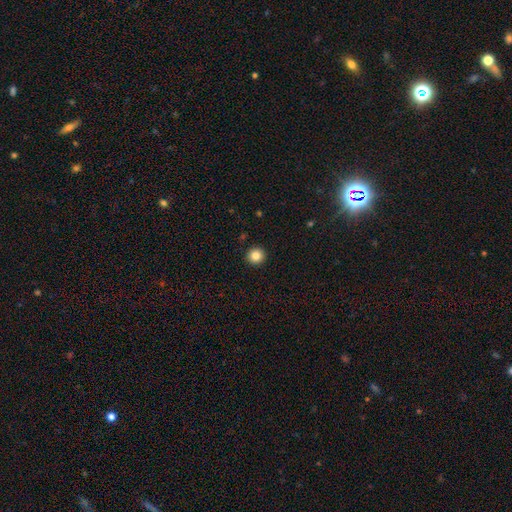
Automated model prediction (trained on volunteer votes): This is clearly a smooth galaxy (84%). How rounded: clearly round (95%). Merging: clearly none (93%).